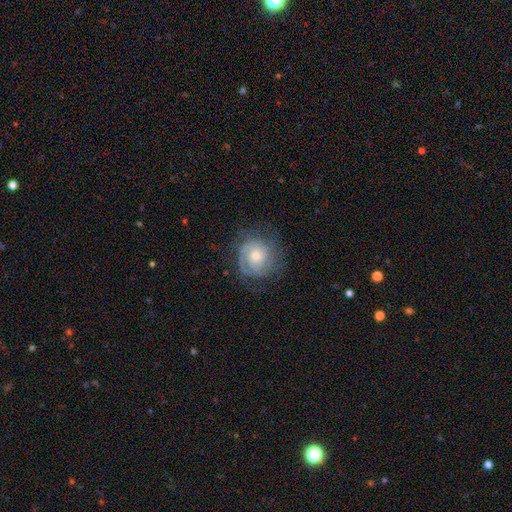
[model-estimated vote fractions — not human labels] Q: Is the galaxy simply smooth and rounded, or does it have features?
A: featured or disk — 76%.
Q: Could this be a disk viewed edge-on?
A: no — 98%.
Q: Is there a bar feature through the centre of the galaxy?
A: no — 75%.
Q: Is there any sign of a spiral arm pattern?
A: yes — 92%.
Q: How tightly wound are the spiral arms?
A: tight — 69%.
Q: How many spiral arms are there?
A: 2 — 35%.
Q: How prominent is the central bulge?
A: moderate — 50%.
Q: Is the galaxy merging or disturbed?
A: none — 73%.